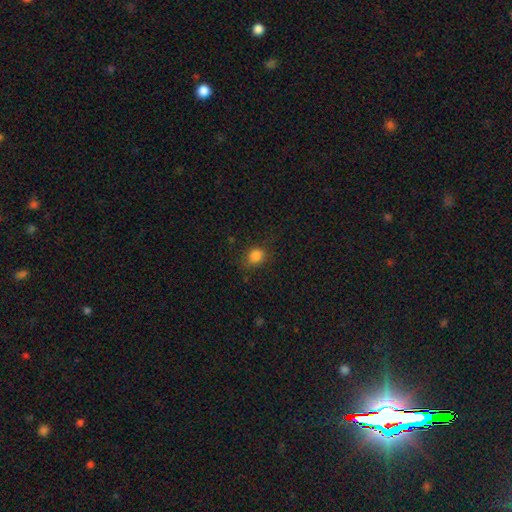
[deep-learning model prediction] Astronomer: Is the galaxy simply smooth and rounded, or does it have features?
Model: smooth — 84%.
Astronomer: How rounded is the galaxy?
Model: round — 67%.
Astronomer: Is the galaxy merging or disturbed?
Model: none — 74%.